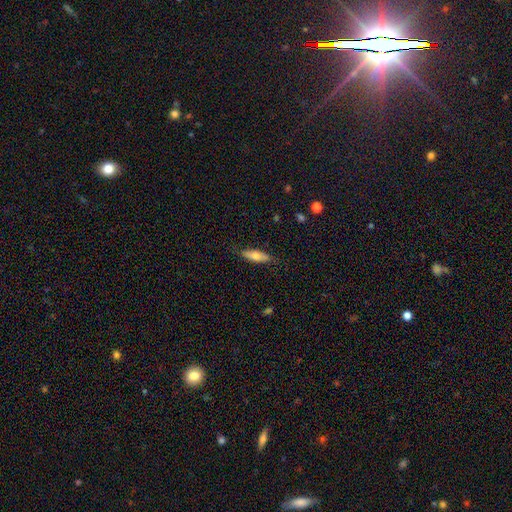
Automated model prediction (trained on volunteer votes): smooth 66%, featured or disk 28%, star or artifact 6%. Down the decision tree: how rounded — in between (51%); merging — none (81%).